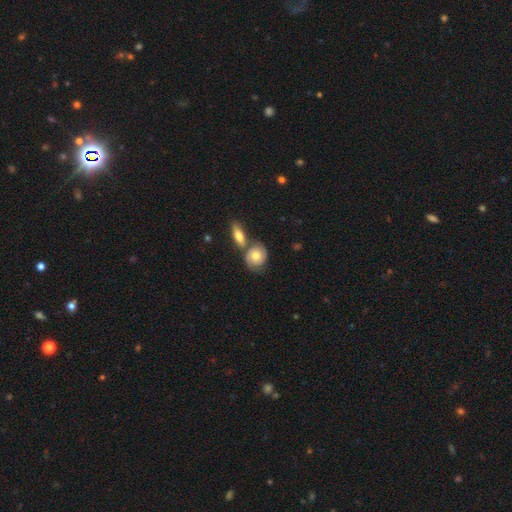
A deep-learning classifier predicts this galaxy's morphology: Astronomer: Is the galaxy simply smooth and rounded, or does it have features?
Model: smooth — 55% (runner-up: featured or disk, 39%).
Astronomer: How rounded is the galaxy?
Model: round — 63%.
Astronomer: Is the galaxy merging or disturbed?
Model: none — 51% (runner-up: merger, 29%).